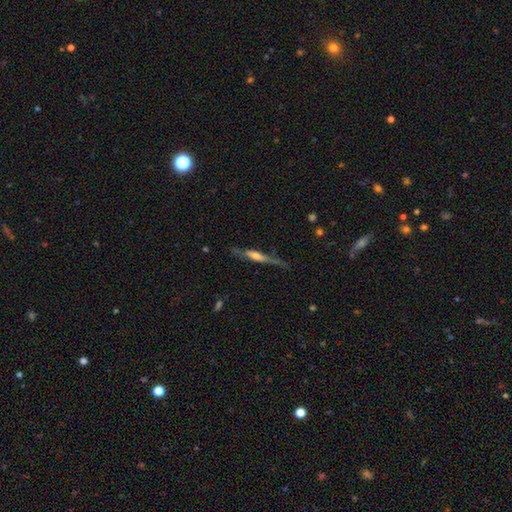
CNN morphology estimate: Smooth or featured: featured or disk — 64% (smooth — 29%)
Edge-on disk: yes — 89% (no — 11%)
Edge-on bulge: rounded — 59% (boxy — 25%)
Merging: none — 61% (minor disturbance — 24%)